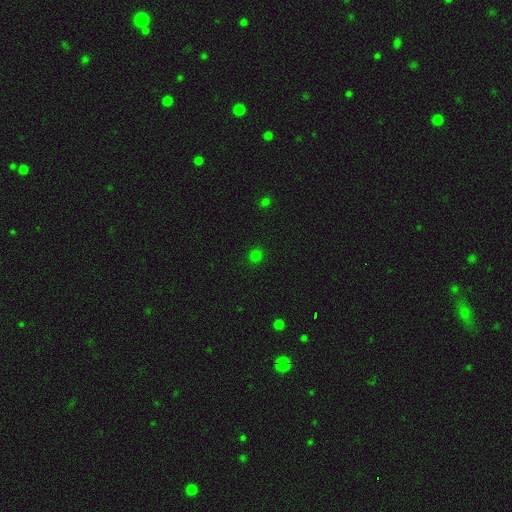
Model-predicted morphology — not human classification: Q: Smooth or featured?
A: smooth (76%); runner-up: star or artifact (20%)
Q: How rounded?
A: round (89%); runner-up: in between (10%)
Q: Merging?
A: none (91%); runner-up: minor disturbance (6%)